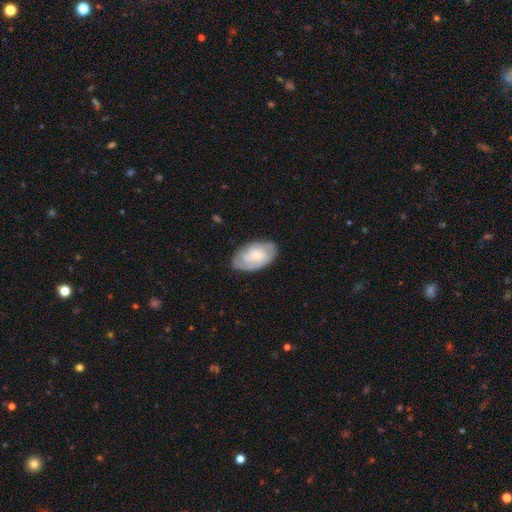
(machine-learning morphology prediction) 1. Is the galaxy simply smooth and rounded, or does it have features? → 50% featured or disk, 44% smooth, 6% star or artifact.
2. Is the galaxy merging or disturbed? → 77% none, 18% minor disturbance, 4% major disturbance, 1% merger.